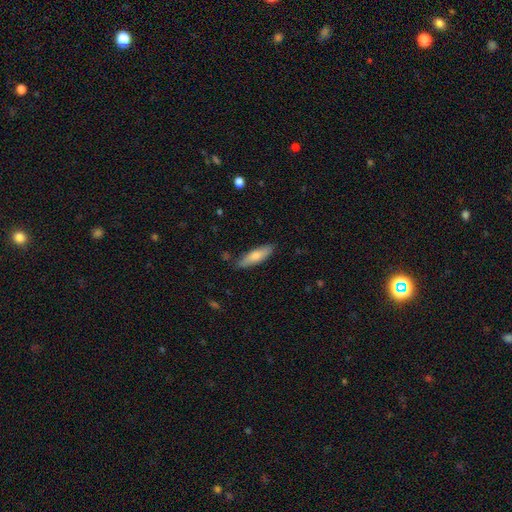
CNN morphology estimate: Smooth or featured?
  - smooth: 75% *
  - featured or disk: 19%
  - star or artifact: 6%
How rounded?
  - cigar-shaped: 54% *
  - in between: 44%
  - round: 2%
Merging?
  - none: 82% *
  - minor disturbance: 14%
  - major disturbance: 2%
  - merger: 2%